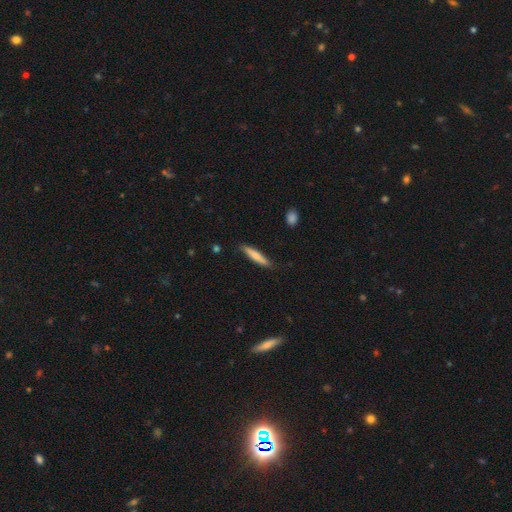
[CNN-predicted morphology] Smooth or featured: smooth — 72% (featured or disk — 22%)
How rounded: cigar-shaped — 88% (in between — 10%)
Merging: none — 82% (minor disturbance — 14%)